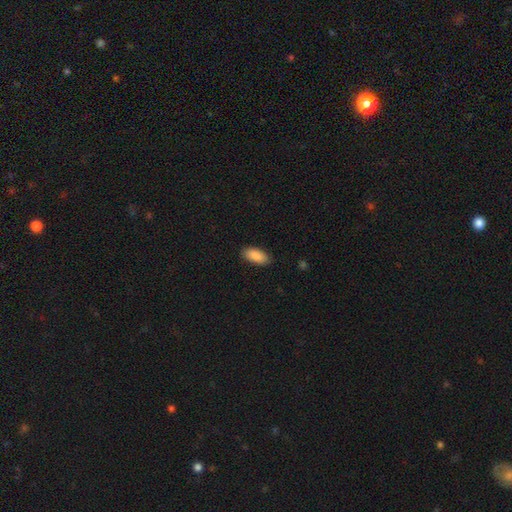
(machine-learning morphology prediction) type=smooth (90%); roundness=in between (90%); merging=none (88%).